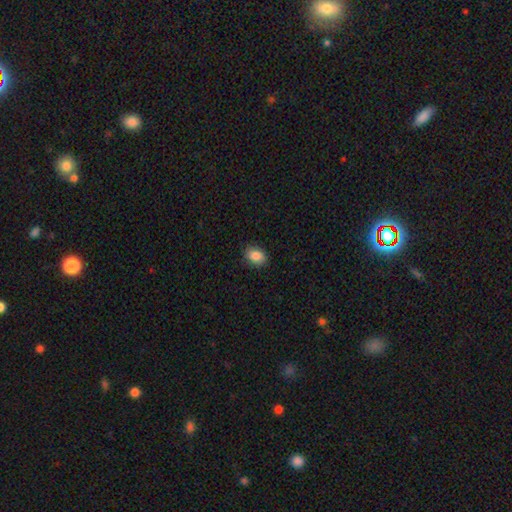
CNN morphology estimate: Smooth or featured? smooth (87%)
How rounded? in between (68%)
Merging? none (87%)